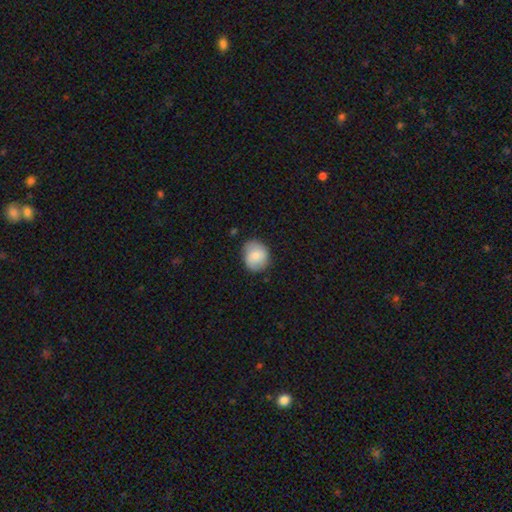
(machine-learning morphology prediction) Smooth or featured? Predicted: smooth (p=0.78). How rounded? Predicted: round (p=0.68). Merging? Predicted: none (p=0.78).